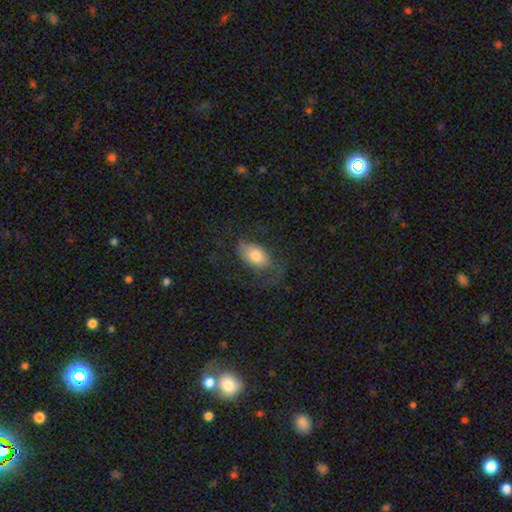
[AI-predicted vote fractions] Q: Smooth or featured?
A: smooth (69%); runner-up: featured or disk (23%)
Q: How rounded?
A: in between (91%); runner-up: round (6%)
Q: Merging?
A: none (51%); runner-up: major disturbance (25%)